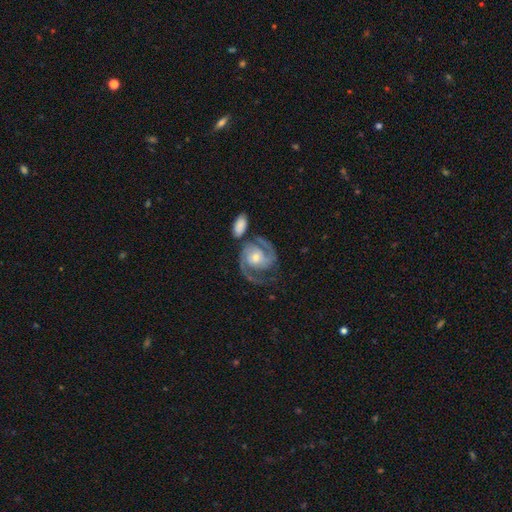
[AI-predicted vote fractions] Smooth or featured: featured or disk — 89% (star or artifact — 6%)
Edge-on disk: no — 98% (yes — 2%)
Bar: no — 58% (weak — 31%)
Spiral arms: yes — 98% (no — 2%)
Spiral winding: tight — 51% (medium — 42%)
Spiral arm count: 2 — 86% (3 — 4%)
Bulge size: moderate — 61% (small — 30%)
Merging: none — 62% (merger — 17%)